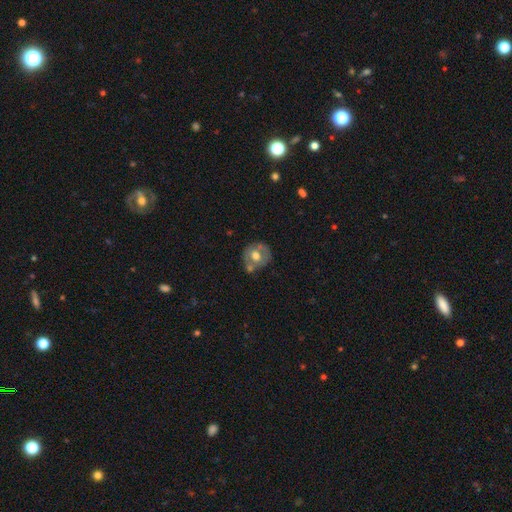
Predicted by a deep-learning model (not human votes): Smooth or featured? Predicted: smooth (p=0.48). Merging? Predicted: none (p=0.62).